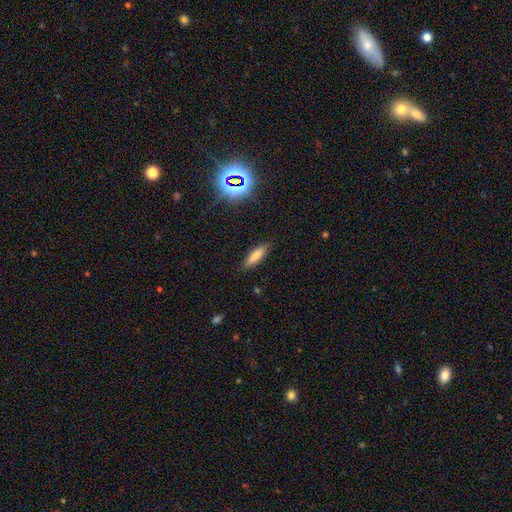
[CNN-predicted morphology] The model was most divided on "how rounded": cigar-shaped: 61%, in between: 37%, round: 2%. More confident: merging — none (85%); smooth or featured — smooth (71%).